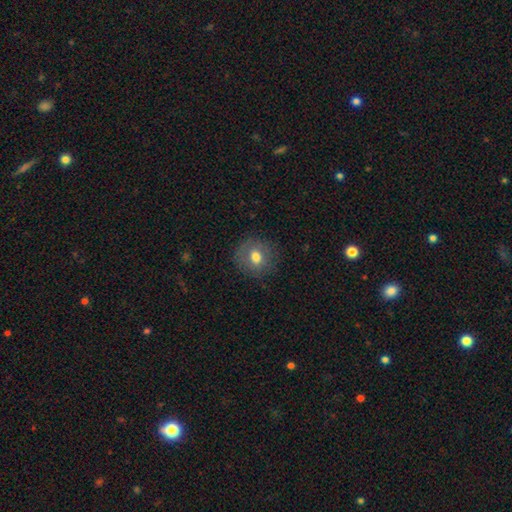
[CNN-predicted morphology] Smooth or featured? smooth (70%)
How rounded? round (86%)
Merging? none (85%)